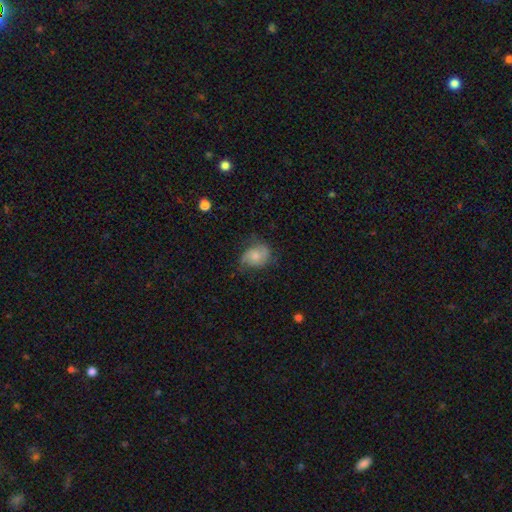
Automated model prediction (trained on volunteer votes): A smooth galaxy with no disk features (56%) that is in between round and cigar-shaped (56%). Merging: none (54%).